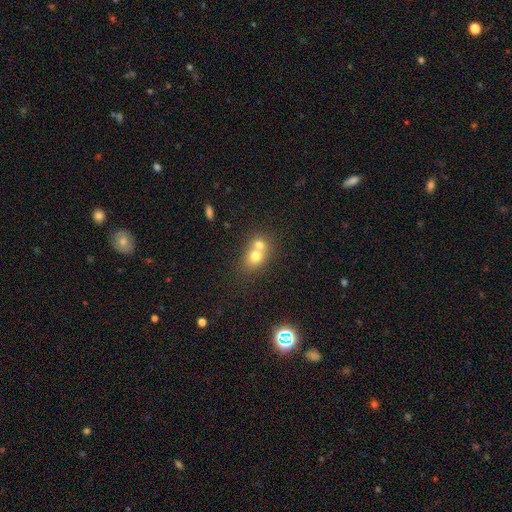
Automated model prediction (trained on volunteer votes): Smooth or featured?
  - smooth: 71% *
  - featured or disk: 18%
  - star or artifact: 11%
How rounded?
  - round: 60% *
  - in between: 39%
  - cigar-shaped: 1%
Merging?
  - merger: 66% *
  - none: 26%
  - minor disturbance: 6%
  - major disturbance: 2%